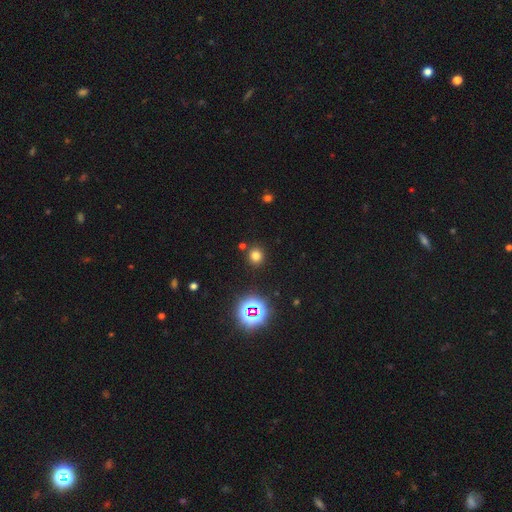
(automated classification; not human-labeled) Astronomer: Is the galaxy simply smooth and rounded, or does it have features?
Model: smooth — 71%.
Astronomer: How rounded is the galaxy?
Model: round — 91%.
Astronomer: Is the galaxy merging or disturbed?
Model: none — 87%.